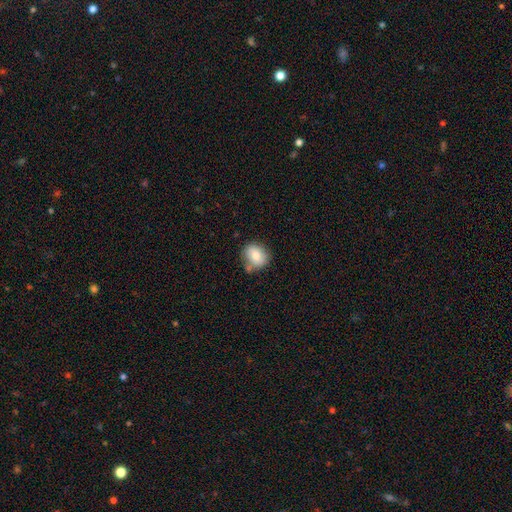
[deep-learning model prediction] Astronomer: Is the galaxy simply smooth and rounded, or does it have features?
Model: smooth — 79%.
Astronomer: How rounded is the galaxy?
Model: round — 62% (runner-up: in between, 37%).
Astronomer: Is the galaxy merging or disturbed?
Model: none — 65%.